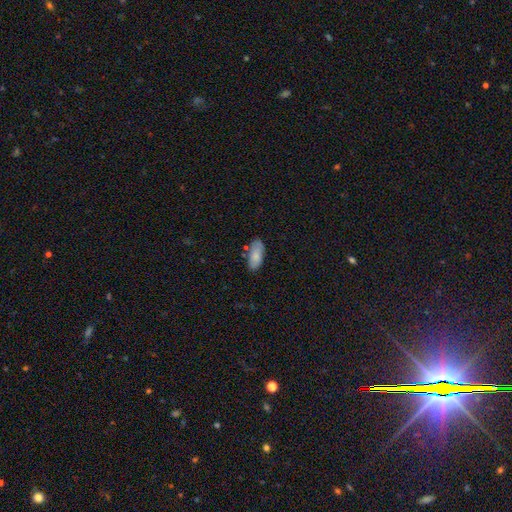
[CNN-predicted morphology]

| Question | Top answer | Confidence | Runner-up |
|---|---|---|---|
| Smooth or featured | smooth | 79% | featured or disk (14%) |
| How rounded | in between | 88% | cigar-shaped (10%) |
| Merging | none | 70% | minor disturbance (21%) |